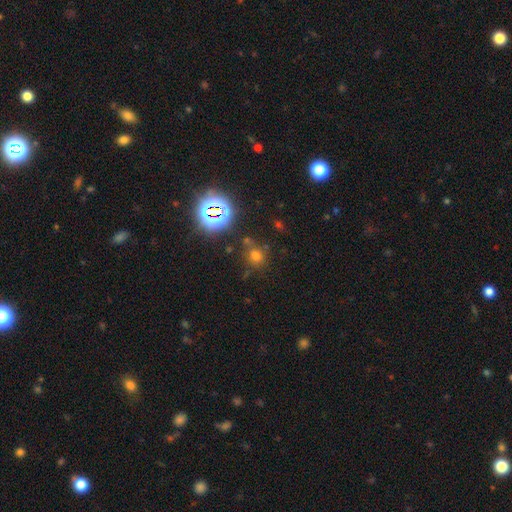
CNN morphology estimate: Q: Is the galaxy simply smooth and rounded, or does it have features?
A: smooth — 59%.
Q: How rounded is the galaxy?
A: round — 82%.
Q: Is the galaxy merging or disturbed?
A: none — 69%.